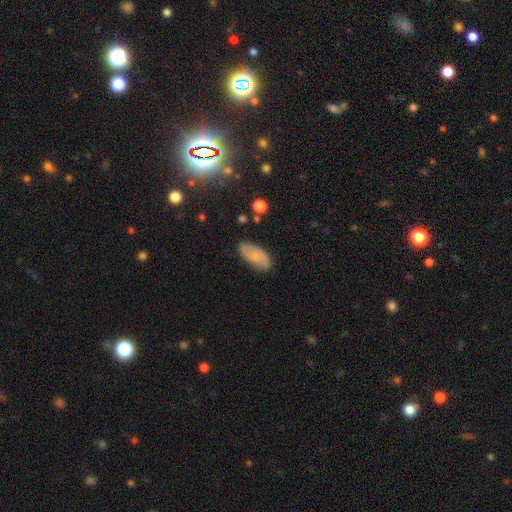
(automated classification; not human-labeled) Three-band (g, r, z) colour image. It shows a smooth galaxy with no disk features (60%) that is in between round and cigar-shaped (91%). Merging: none (80%).